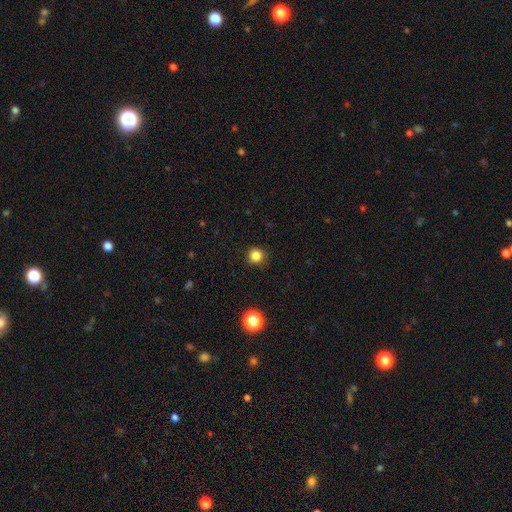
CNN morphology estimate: This appears to be a smooth galaxy with no disk features (84%) that is round (94%). Merging: none (89%).